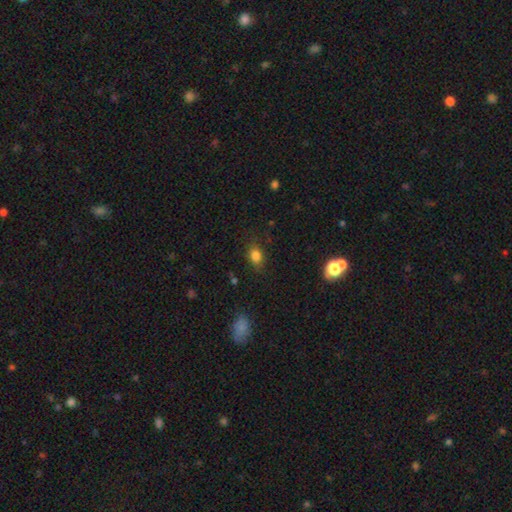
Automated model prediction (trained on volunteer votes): Smooth or featured? smooth (81%)
How rounded? in between (65%)
Merging? none (78%)